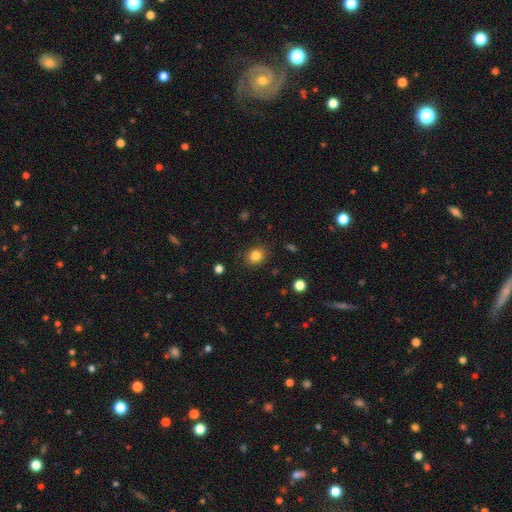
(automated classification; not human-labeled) Smooth or featured? Predicted: smooth (p=0.83). How rounded? Predicted: round (p=0.61). Merging? Predicted: none (p=0.86).